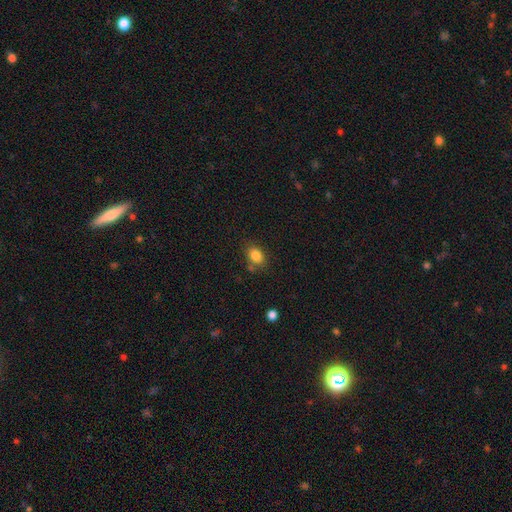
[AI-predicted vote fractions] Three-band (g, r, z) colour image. It shows a smooth galaxy with no disk features (84%) that is in between round and cigar-shaped (71%). Merging: none (74%).